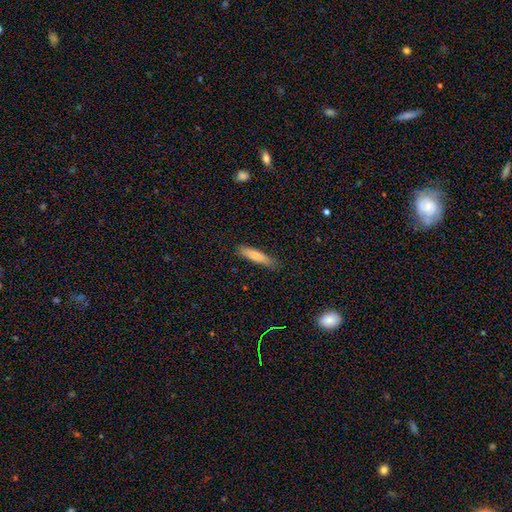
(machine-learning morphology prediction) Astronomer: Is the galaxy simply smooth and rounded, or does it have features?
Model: smooth — 82%.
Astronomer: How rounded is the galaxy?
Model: cigar-shaped — 79%.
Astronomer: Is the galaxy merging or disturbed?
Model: none — 77%.